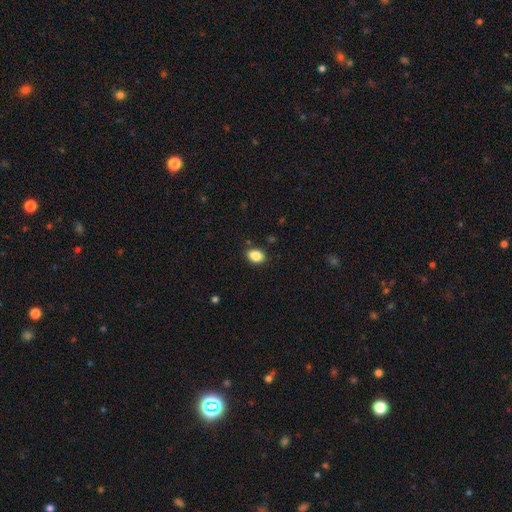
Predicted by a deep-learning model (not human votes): Q: Smooth or featured?
A: smooth (87%); runner-up: star or artifact (9%)
Q: How rounded?
A: in between (76%); runner-up: round (23%)
Q: Merging?
A: none (88%); runner-up: minor disturbance (9%)